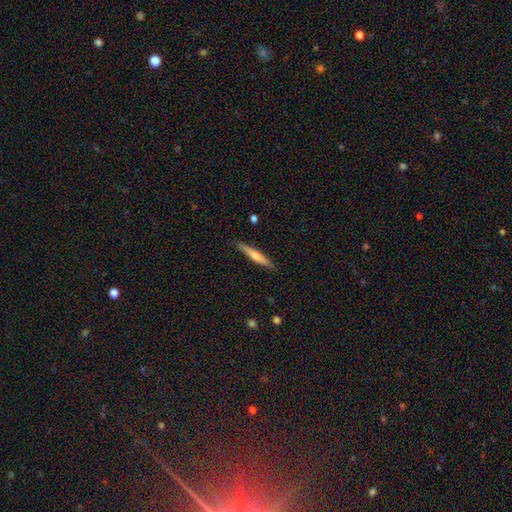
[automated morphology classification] smooth-or-featured: smooth: 57% | featured or disk: 37% | star or artifact: 6%
  how-rounded: cigar-shaped: 94% | in between: 5% | round: 1%
  merging: none: 88% | minor disturbance: 9% | major disturbance: 2% | merger: 1%